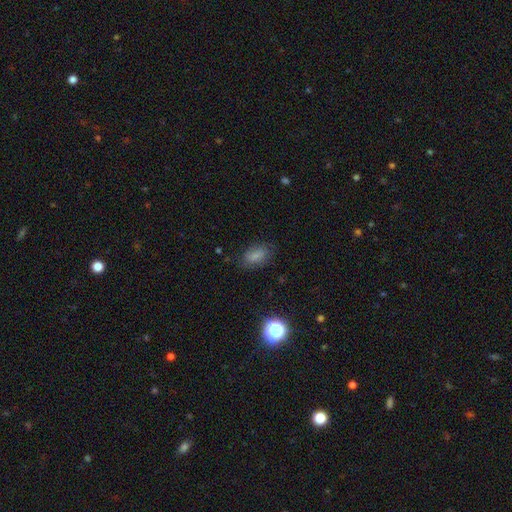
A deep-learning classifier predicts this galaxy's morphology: Smooth or featured? smooth (76%)
How rounded? in between (87%)
Merging? none (74%)